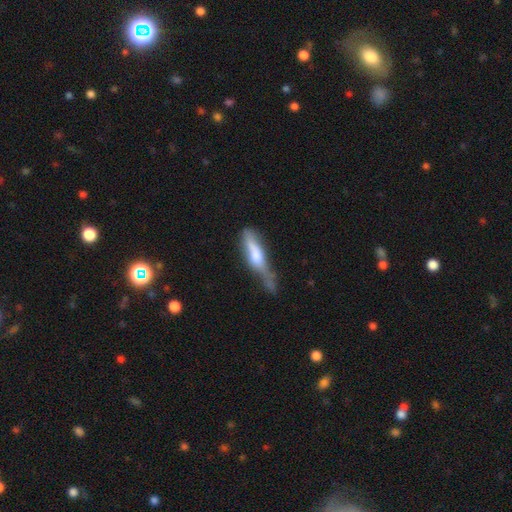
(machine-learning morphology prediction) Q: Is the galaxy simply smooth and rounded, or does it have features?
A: featured or disk — 49%.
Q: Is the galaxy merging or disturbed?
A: none — 36%.